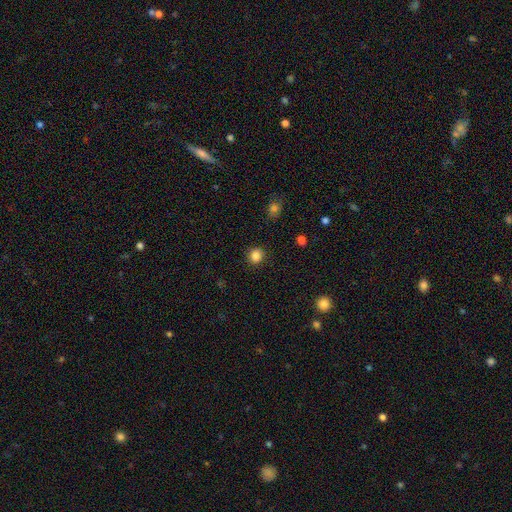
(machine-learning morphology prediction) The model was most divided on "smooth or featured": smooth: 86%, star or artifact: 11%, featured or disk: 3%. More confident: merging — none (90%); how rounded — round (88%).